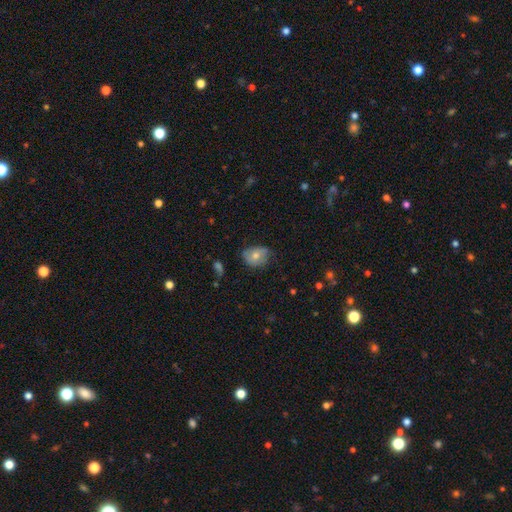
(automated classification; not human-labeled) Q: Smooth or featured?
A: smooth (68%); runner-up: featured or disk (24%)
Q: How rounded?
A: in between (56%); runner-up: round (43%)
Q: Merging?
A: none (57%); runner-up: minor disturbance (33%)